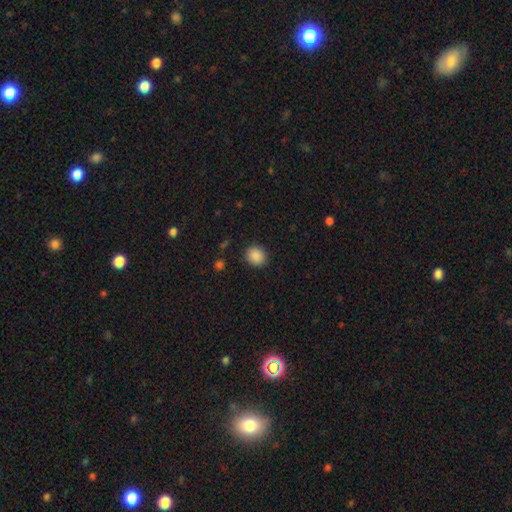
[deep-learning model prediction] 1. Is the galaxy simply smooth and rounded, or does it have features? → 89% smooth, 9% star or artifact, 3% featured or disk.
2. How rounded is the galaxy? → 74% round, 25% in between, 1% cigar-shaped.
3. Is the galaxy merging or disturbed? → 88% none, 8% minor disturbance, 3% major disturbance, 1% merger.